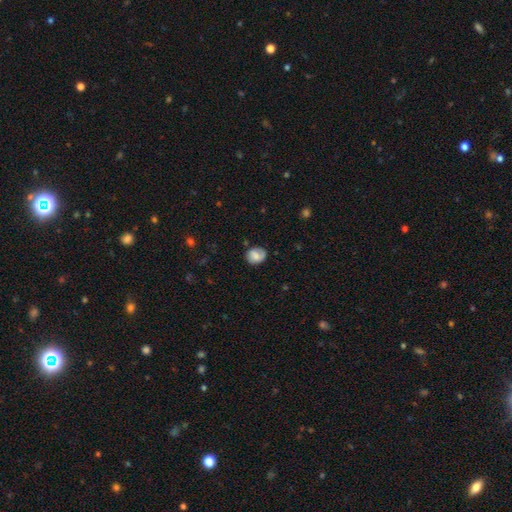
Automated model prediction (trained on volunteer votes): smooth_or_featured: smooth (p=0.69) [alt: featured or disk p=0.23]
how_rounded: round (p=0.57) [alt: in between p=0.42]
merging: none (p=0.69) [alt: minor disturbance p=0.22]